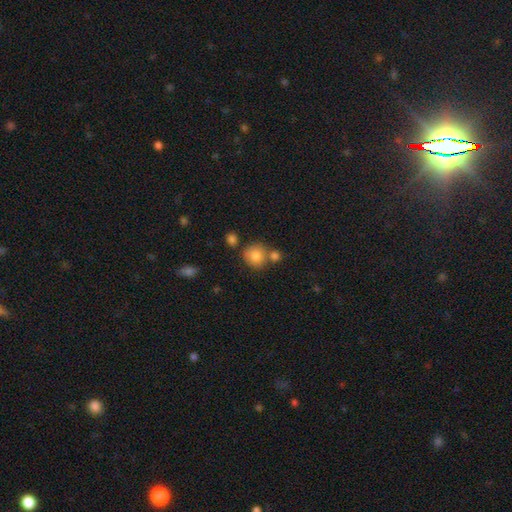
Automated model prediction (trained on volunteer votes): A smooth galaxy with no disk features (81%) that is round (86%). Merging: none (61%).